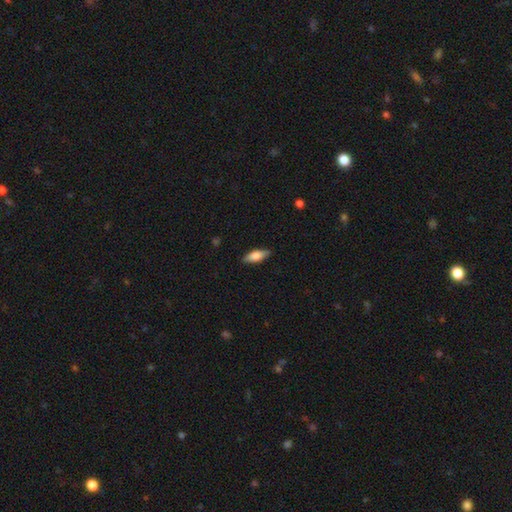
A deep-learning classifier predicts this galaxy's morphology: The model was most divided on "how rounded": in between: 68%, cigar-shaped: 30%, round: 2%. More confident: merging — none (86%); smooth or featured — smooth (71%).